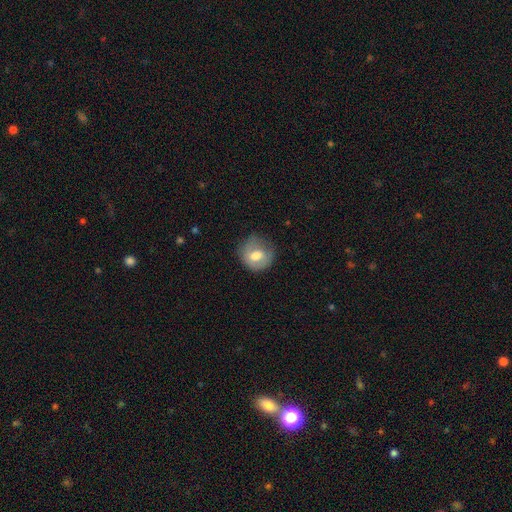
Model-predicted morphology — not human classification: smooth_or_featured: smooth (p=0.67) [alt: featured or disk p=0.25]
how_rounded: round (p=0.77) [alt: in between p=0.22]
merging: none (p=0.59) [alt: minor disturbance p=0.27]